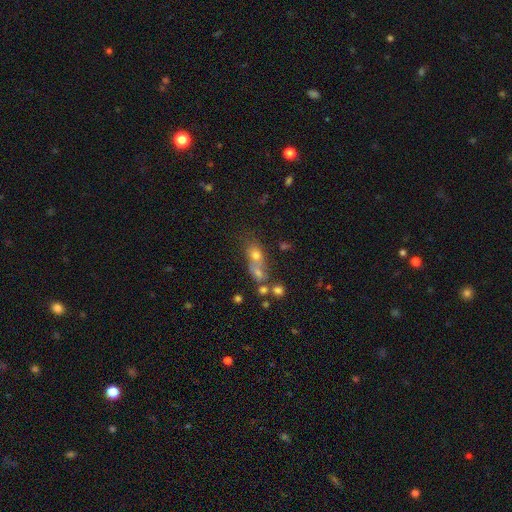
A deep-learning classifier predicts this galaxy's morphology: A smooth galaxy with no disk features (56%) that is round (53%).

Vote fractions:
- Smooth or featured? smooth: 56% / featured or disk: 22% / star or artifact: 22%
- How rounded? round: 53% / in between: 40% / cigar-shaped: 7%
- Merging? merger: 52% / none: 31% / minor disturbance: 9% / major disturbance: 8%